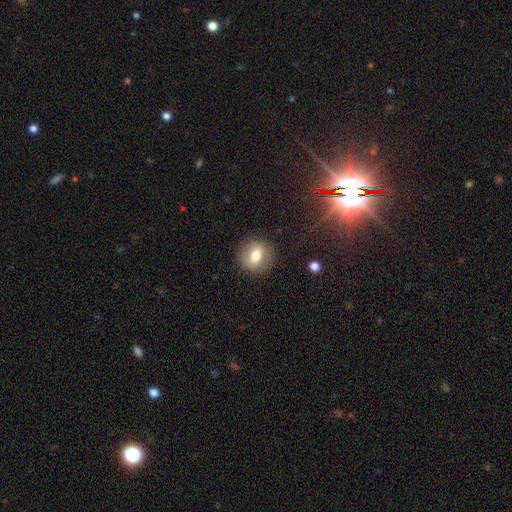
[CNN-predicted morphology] Smooth or featured? smooth (70%)
How rounded? round (79%)
Merging? none (86%)